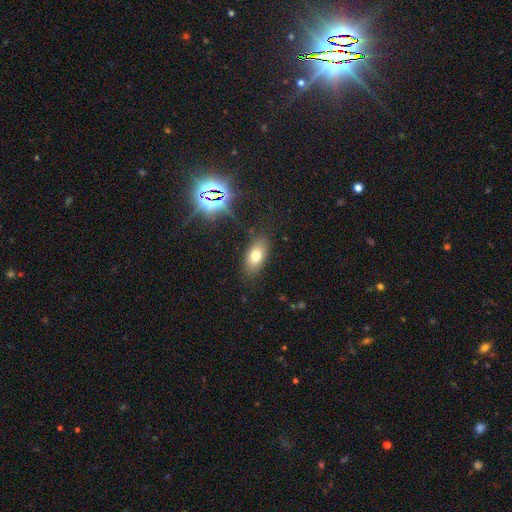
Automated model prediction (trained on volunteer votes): This is likely a smooth galaxy (72%). How rounded: clearly in between (87%). Merging: clearly none (83%).